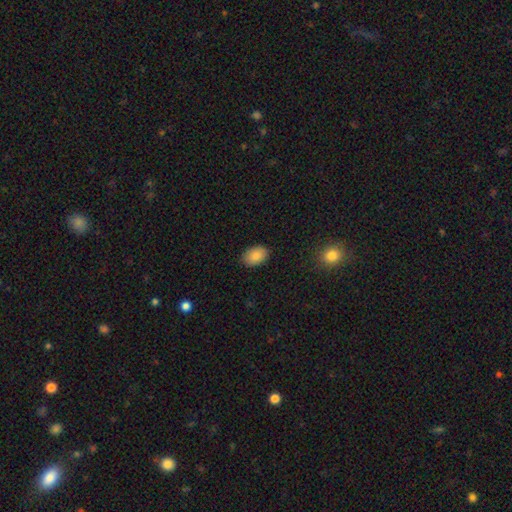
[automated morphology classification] Smooth or featured: smooth — 84% (featured or disk — 8%)
How rounded: in between — 86% (round — 13%)
Merging: none — 88% (minor disturbance — 9%)